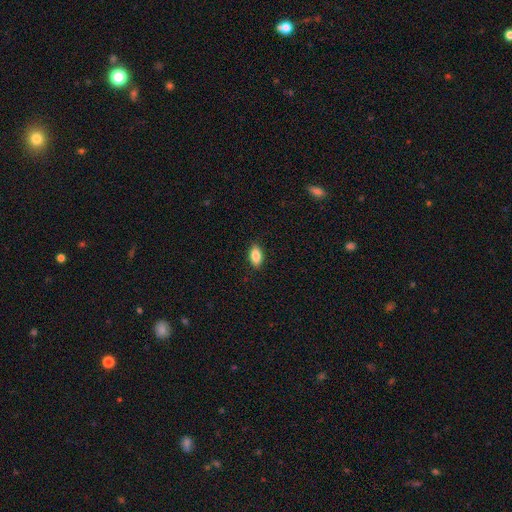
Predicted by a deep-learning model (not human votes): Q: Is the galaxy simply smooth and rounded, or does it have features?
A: smooth — 86%.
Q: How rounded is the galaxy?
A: in between — 91%.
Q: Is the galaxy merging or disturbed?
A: none — 89%.